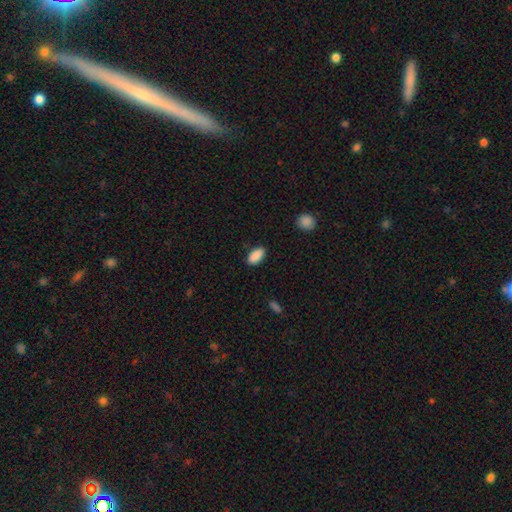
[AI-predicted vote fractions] A smooth galaxy with no disk features (90%) that is in between round and cigar-shaped (93%). Merging: none (86%).